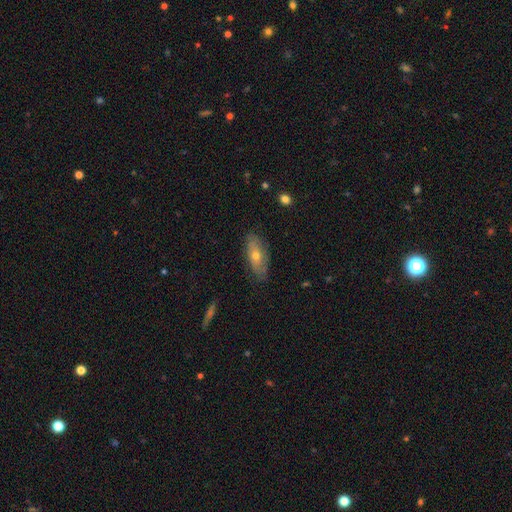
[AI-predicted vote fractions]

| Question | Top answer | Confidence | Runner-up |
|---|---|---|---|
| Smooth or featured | featured or disk | 49% | smooth (43%) |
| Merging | none | 80% | minor disturbance (16%) |